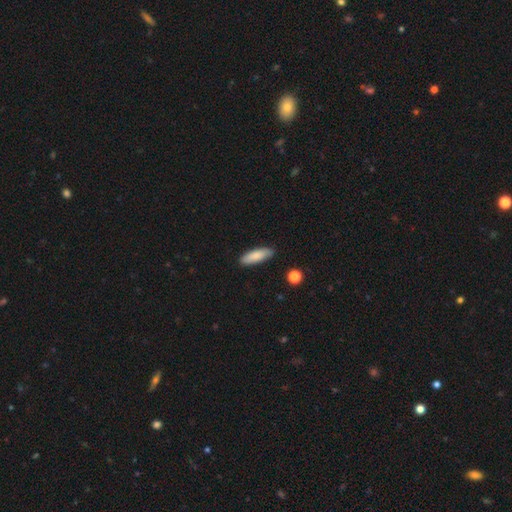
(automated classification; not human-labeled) A smooth galaxy with no disk features (83%) that is in between round and cigar-shaped (51%). Merging: none (87%).